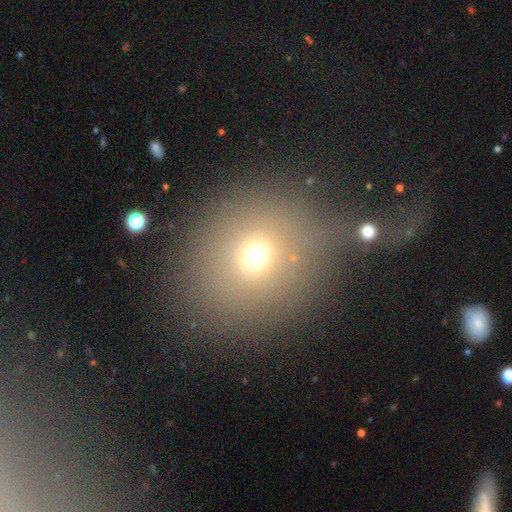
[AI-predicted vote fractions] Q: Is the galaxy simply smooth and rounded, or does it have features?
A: smooth — 67%.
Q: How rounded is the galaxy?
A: round — 78%.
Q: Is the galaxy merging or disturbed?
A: none — 50%.